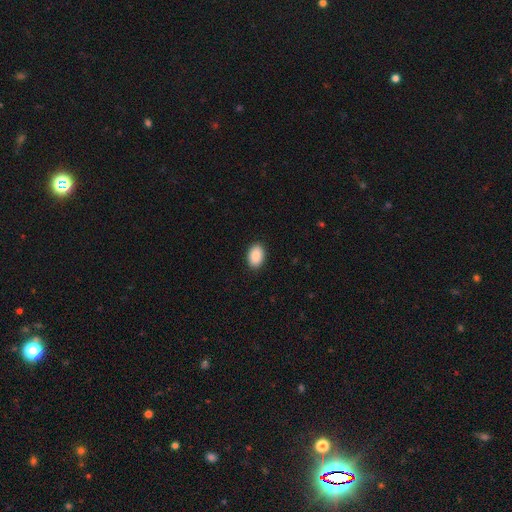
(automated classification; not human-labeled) The model was most divided on "how rounded": in between: 88%, round: 11%, cigar-shaped: 1%. More confident: merging — none (91%); smooth or featured — smooth (90%).